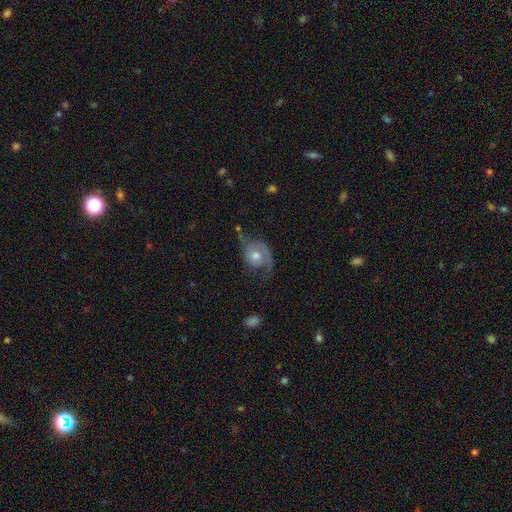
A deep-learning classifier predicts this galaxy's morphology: Smooth or featured?
  - featured or disk: 74% *
  - smooth: 19%
  - star or artifact: 7%
Edge-on disk?
  - no: 97% *
  - yes: 3%
Bar?
  - no: 77% *
  - weak: 20%
  - strong: 3%
Spiral arms?
  - yes: 91% *
  - no: 9%
Spiral winding?
  - medium: 42% *
  - loose: 31%
  - tight: 27%
Spiral arm count?
  - 2: 60% *
  - 1: 30%
  - can't tell: 6%
  - 3: 2%
  - 4: 1%
  - more than 4: 1%
Bulge size?
  - moderate: 66% *
  - small: 21%
  - large: 10%
  - none: 2%
  - dominant: 2%
Merging?
  - none: 51% *
  - minor disturbance: 24%
  - major disturbance: 22%
  - merger: 3%